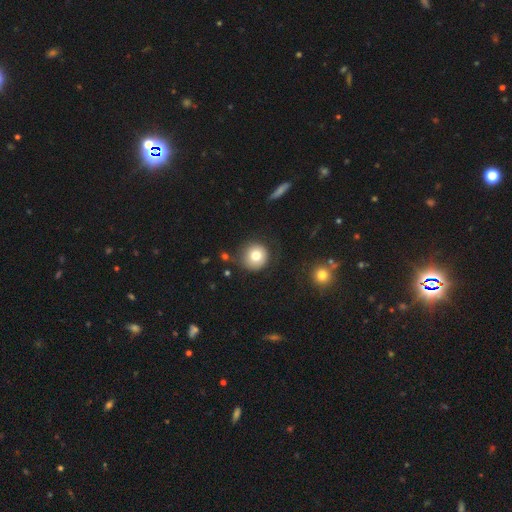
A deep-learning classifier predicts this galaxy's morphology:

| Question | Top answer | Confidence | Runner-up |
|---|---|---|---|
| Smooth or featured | smooth | 78% | featured or disk (12%) |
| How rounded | round | 94% | in between (5%) |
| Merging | none | 77% | minor disturbance (15%) |